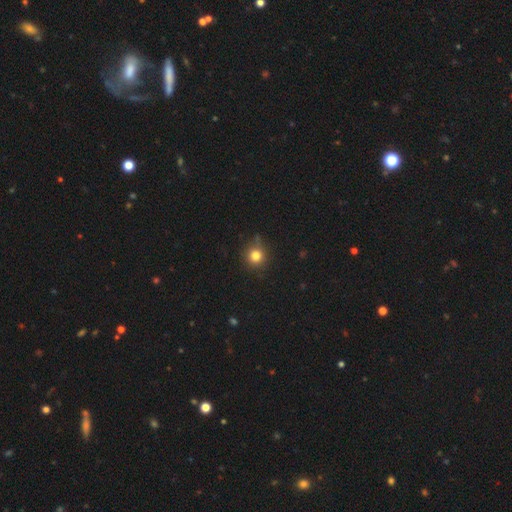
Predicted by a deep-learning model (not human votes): smooth-or-featured: smooth: 81% | star or artifact: 13% | featured or disk: 6%
  how-rounded: round: 92% | in between: 7% | cigar-shaped: 1%
  merging: none: 81% | minor disturbance: 14% | major disturbance: 3% | merger: 2%